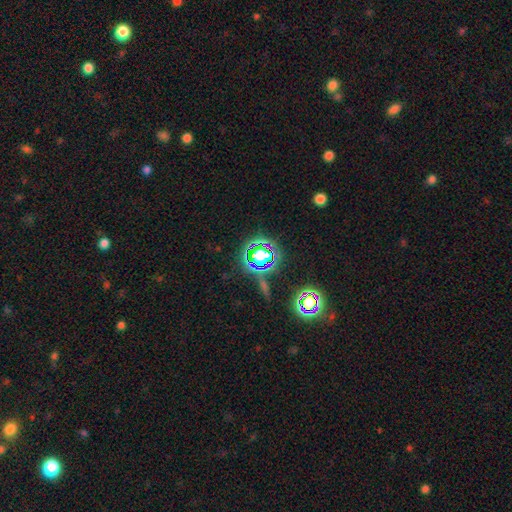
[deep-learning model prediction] star or artifact 78%, smooth 14%, featured or disk 8%.